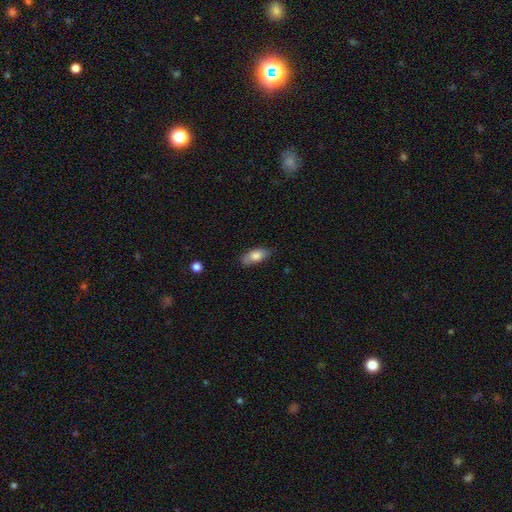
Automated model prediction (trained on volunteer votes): This appears to be a smooth galaxy with no disk features (78%) that is in between round and cigar-shaped (84%). Merging: none (69%).